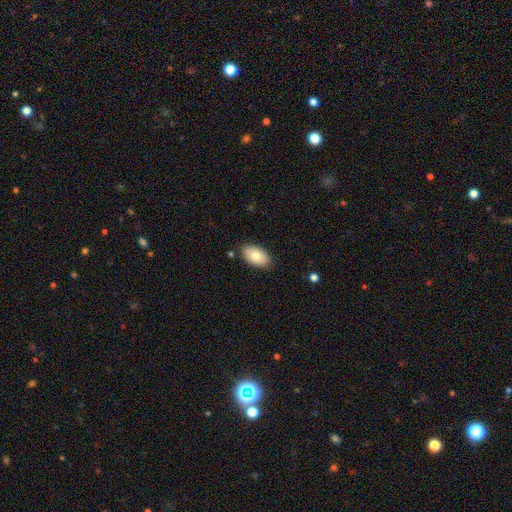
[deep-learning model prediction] This is likely a smooth galaxy (78%). How rounded: clearly in between (95%). Merging: clearly none (87%).